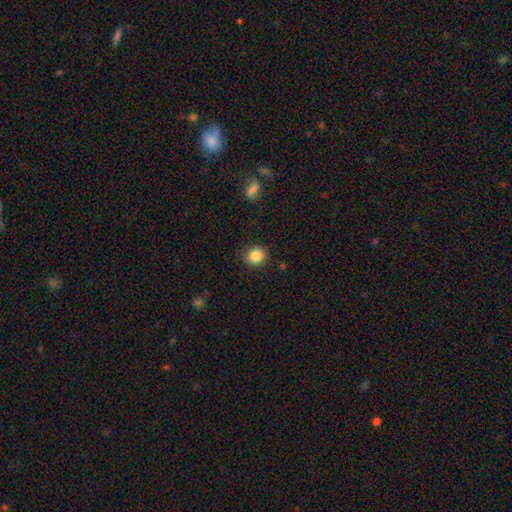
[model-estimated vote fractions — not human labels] Morphology: type=smooth (86%); roundness=round (83%); merging=none (89%).